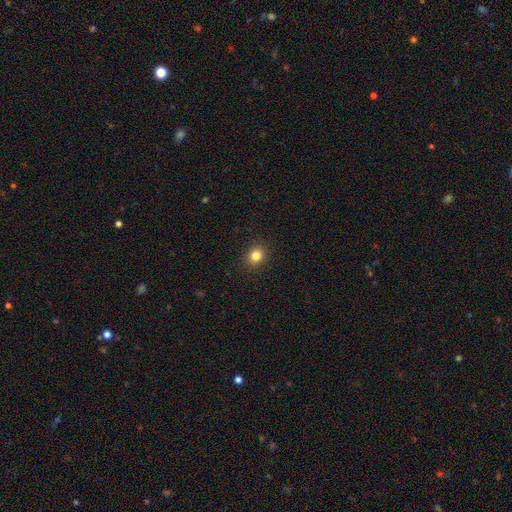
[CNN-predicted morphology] type=smooth (83%); roundness=round (73%); merging=none (91%).